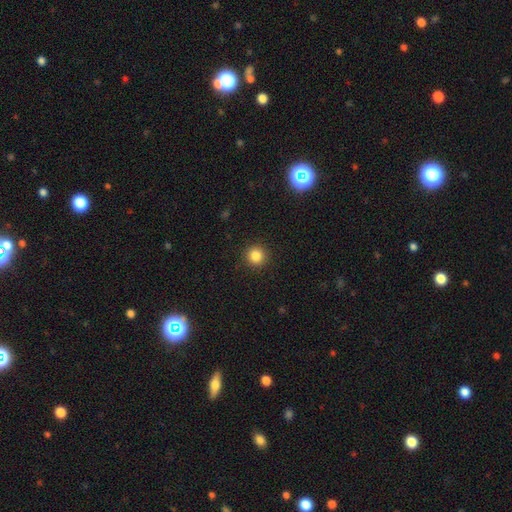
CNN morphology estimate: Smooth or featured? smooth (84%)
How rounded? round (95%)
Merging? none (92%)